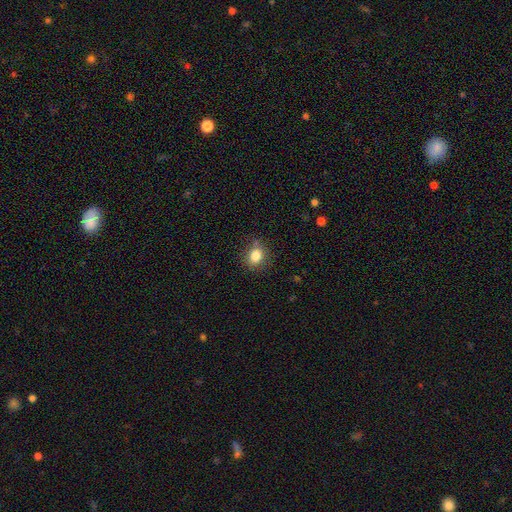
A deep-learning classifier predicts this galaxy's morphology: Q: Smooth or featured?
A: smooth (83%); runner-up: star or artifact (11%)
Q: How rounded?
A: round (61%); runner-up: in between (38%)
Q: Merging?
A: none (81%); runner-up: minor disturbance (13%)